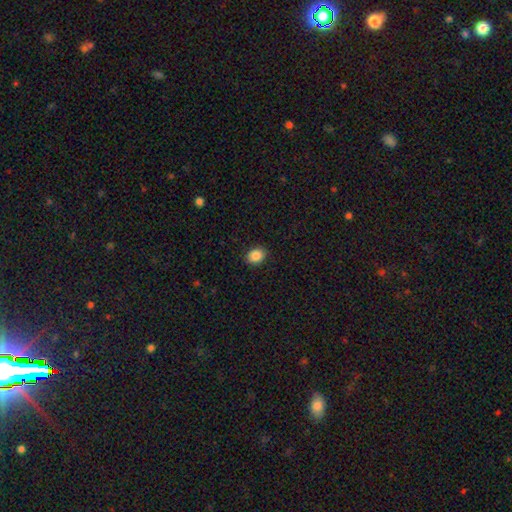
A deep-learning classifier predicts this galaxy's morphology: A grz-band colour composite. It shows a smooth galaxy with no disk features (87%) that is in between round and cigar-shaped (52%). Merging: none (90%).